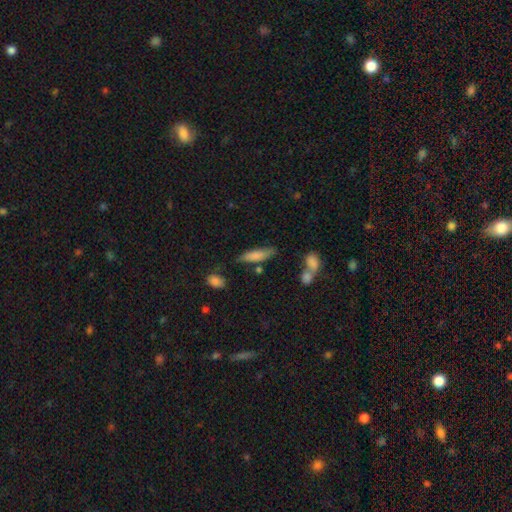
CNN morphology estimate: smooth-or-featured: smooth: 76% | featured or disk: 17% | star or artifact: 7%
  how-rounded: cigar-shaped: 64% | in between: 34% | round: 2%
  merging: none: 65% | minor disturbance: 21% | merger: 8% | major disturbance: 6%